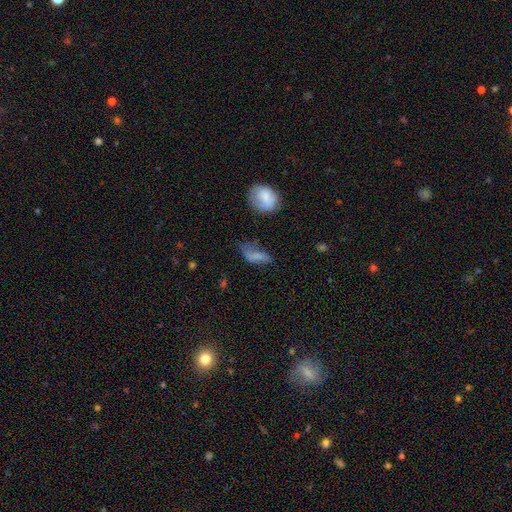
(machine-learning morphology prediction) Smooth or featured? smooth (63%)
How rounded? in between (70%)
Merging? none (39%)